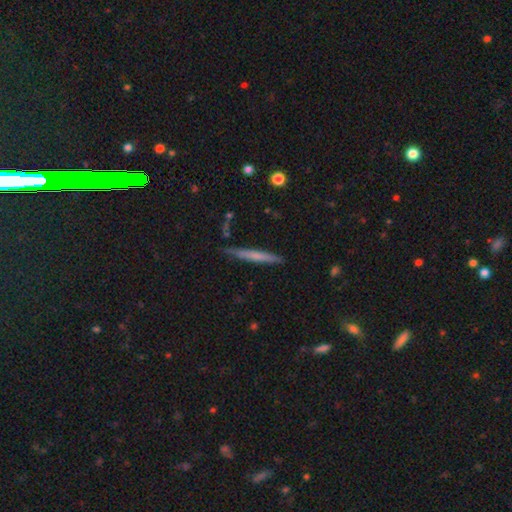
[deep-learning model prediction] The model was most divided on "smooth or featured": smooth: 54%, featured or disk: 40%, star or artifact: 7%. More confident: how rounded — cigar-shaped (95%); merging — none (83%).